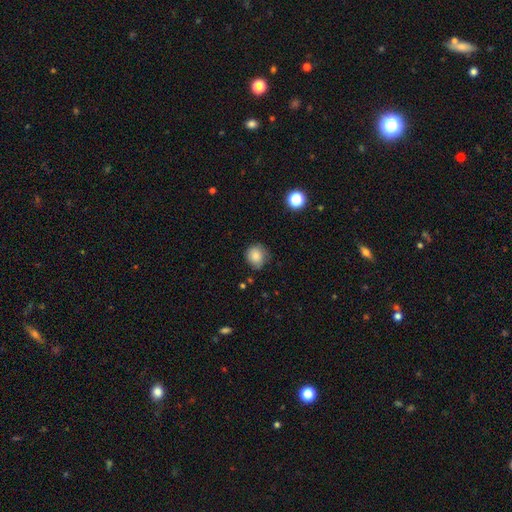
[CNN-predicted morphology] A smooth galaxy with no disk features (81%) that is round (84%). Merging: none (69%).